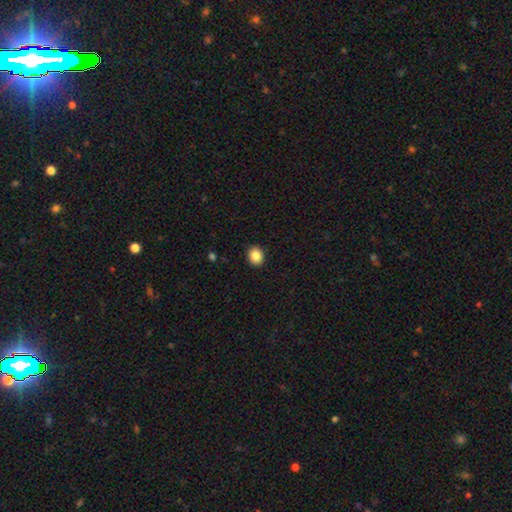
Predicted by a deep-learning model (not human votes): The model was most divided on "how rounded": round: 61%, in between: 38%, cigar-shaped: 1%. More confident: merging — none (91%); smooth or featured — smooth (86%).